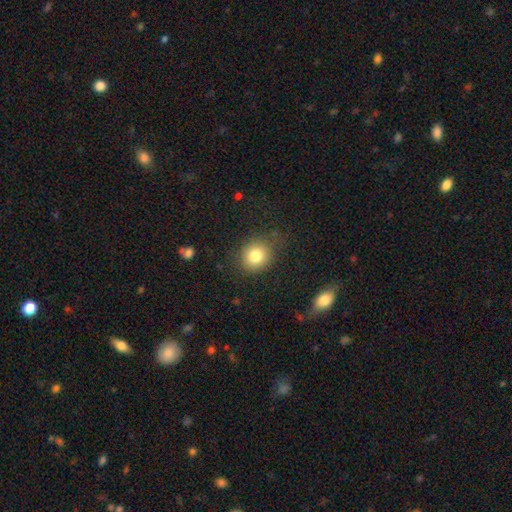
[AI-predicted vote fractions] Smooth or featured: smooth — 80% (star or artifact — 11%)
How rounded: round — 75% (in between — 24%)
Merging: none — 81% (minor disturbance — 13%)